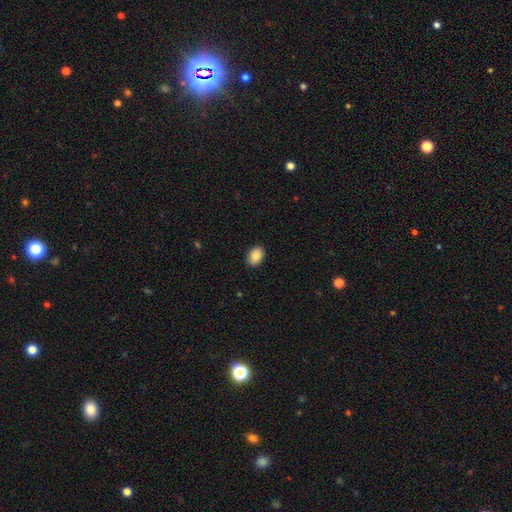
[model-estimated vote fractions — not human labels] This appears to be a smooth galaxy with no disk features (89%) that is in between round and cigar-shaped (83%). Merging: none (89%).